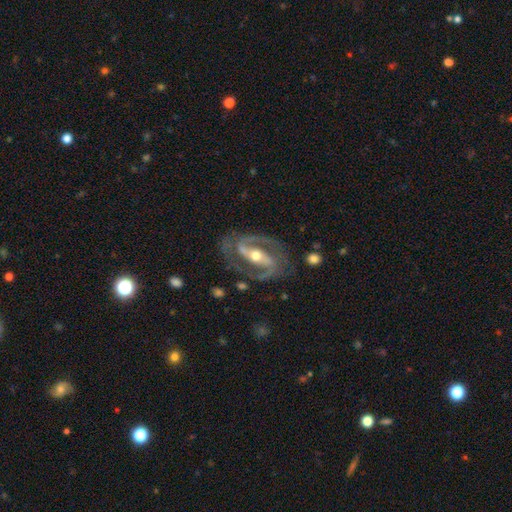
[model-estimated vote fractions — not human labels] Smooth or featured: featured or disk — 91% (star or artifact — 5%)
Edge-on disk: no — 95% (yes — 5%)
Bar: strong — 59% (weak — 26%)
Spiral arms: yes — 96% (no — 4%)
Spiral winding: medium — 53% (tight — 34%)
Spiral arm count: 2 — 92% (can't tell — 3%)
Bulge size: moderate — 62% (small — 33%)
Merging: none — 79% (minor disturbance — 13%)